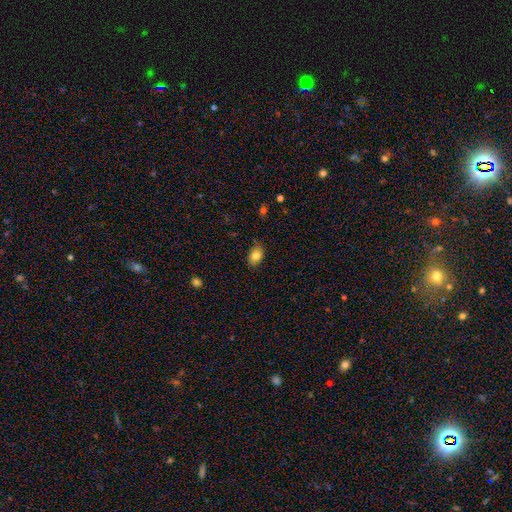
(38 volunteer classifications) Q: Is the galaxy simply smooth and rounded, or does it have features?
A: smooth — 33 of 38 (87%).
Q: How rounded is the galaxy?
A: in between — 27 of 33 (82%).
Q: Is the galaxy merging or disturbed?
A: none — 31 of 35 (89%).